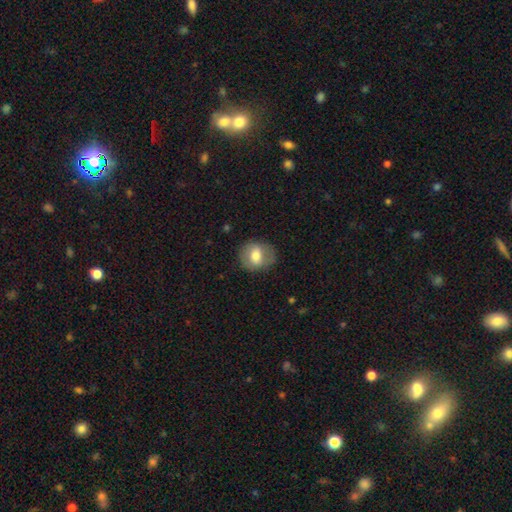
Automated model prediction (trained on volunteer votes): Overall: smooth (66%; featured or disk 27%). How rounded: round (62%; in between 37%). Merging: none (78%).